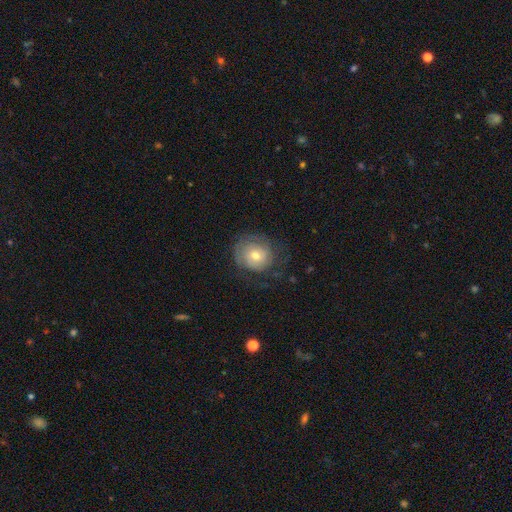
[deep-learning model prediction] A smooth galaxy with no disk features (48%).

Vote fractions:
- Smooth or featured? smooth: 48% / featured or disk: 44% / star or artifact: 9%
- Merging? none: 62% / minor disturbance: 20% / major disturbance: 17% / merger: 1%